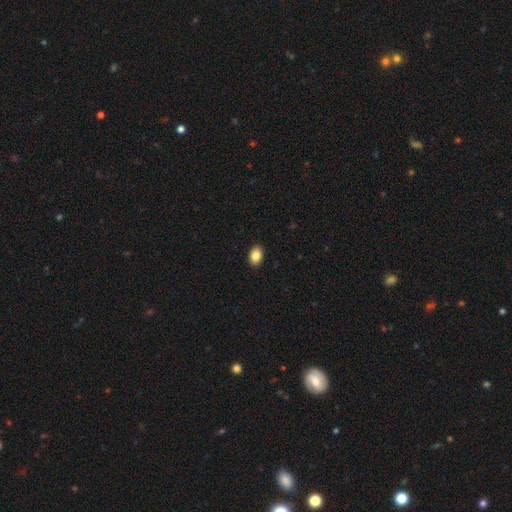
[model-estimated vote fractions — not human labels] Smooth or featured? Predicted: smooth (p=0.86). How rounded? Predicted: in between (p=0.82). Merging? Predicted: none (p=0.91).